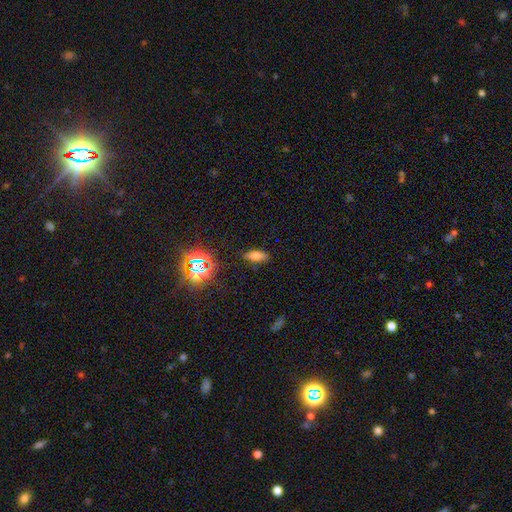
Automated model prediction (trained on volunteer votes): smooth_or_featured: smooth (p=0.68) [alt: star or artifact p=0.19]
how_rounded: in between (p=0.76) [alt: cigar-shaped p=0.20]
merging: none (p=0.86) [alt: minor disturbance p=0.10]